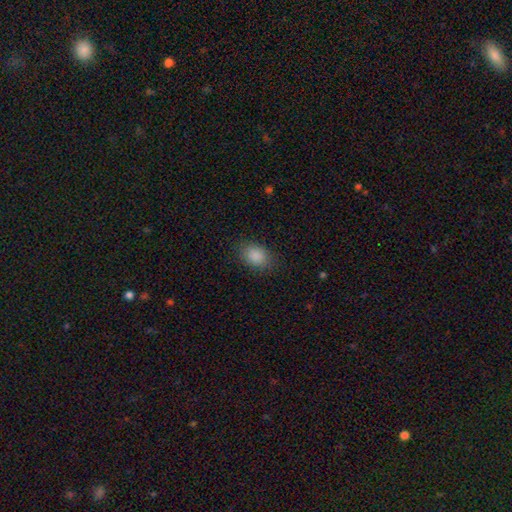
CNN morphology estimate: This appears to be a smooth galaxy with no disk features (88%) that is in between round and cigar-shaped (69%). Merging: none (84%).